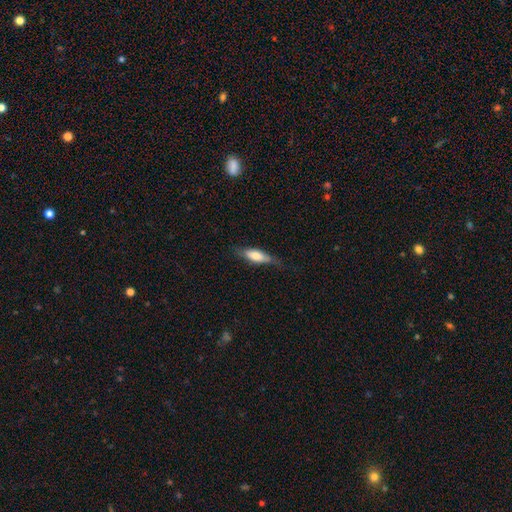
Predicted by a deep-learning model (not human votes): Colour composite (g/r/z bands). It shows a smooth galaxy with no disk features (65%) that is in between round and cigar-shaped (58%). Merging: none (66%).